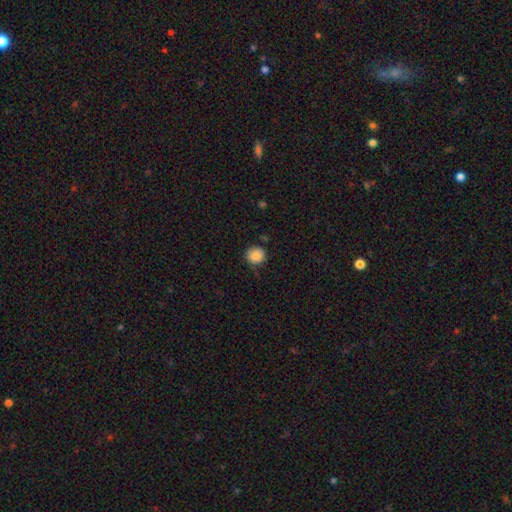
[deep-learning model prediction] Morphology: type=smooth (87%); roundness=round (90%); merging=none (77%).